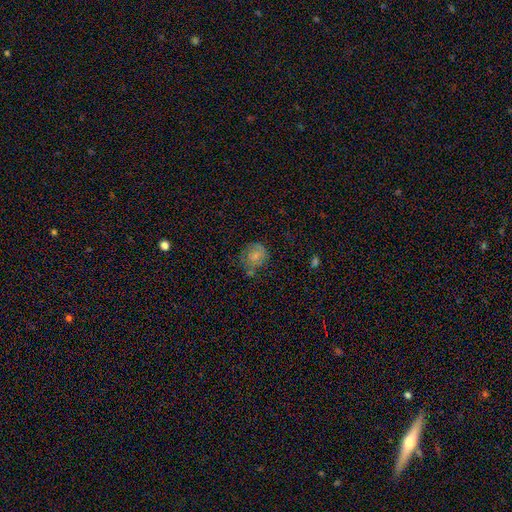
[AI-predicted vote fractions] This is likely a smooth galaxy (69%). How rounded: likely round (68%). Merging: possibly none (47%).